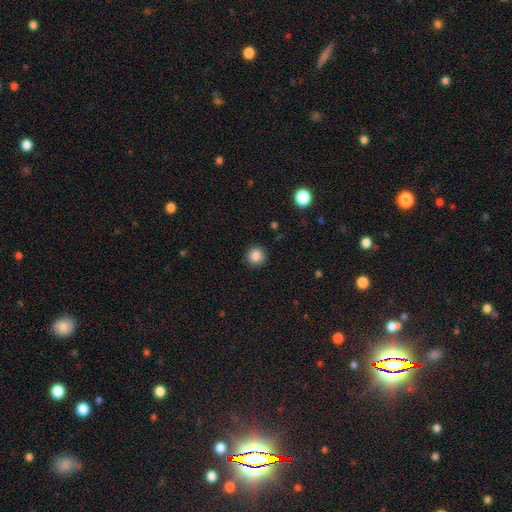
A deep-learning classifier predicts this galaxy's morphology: Overall: smooth (85%). How rounded: round (95%). Merging: none (91%).